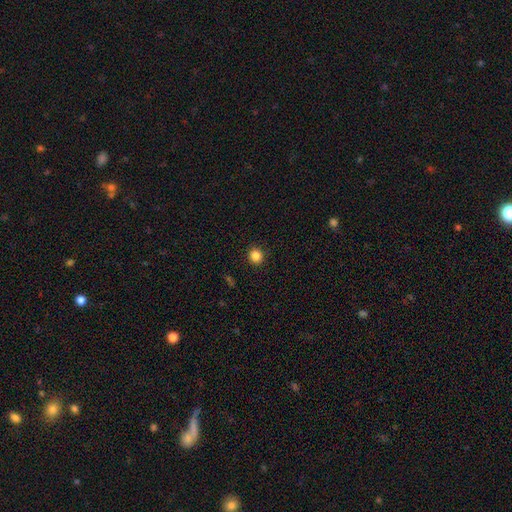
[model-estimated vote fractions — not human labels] Smooth or featured? Predicted: smooth (p=0.85). How rounded? Predicted: round (p=0.91). Merging? Predicted: none (p=0.92).